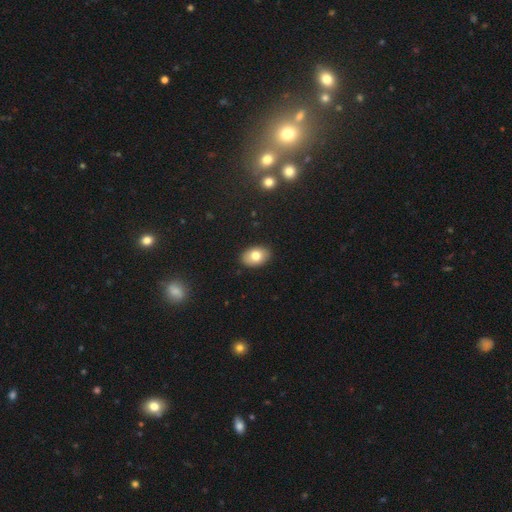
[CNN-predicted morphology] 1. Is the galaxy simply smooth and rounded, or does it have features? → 77% smooth, 14% featured or disk, 8% star or artifact.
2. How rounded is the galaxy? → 86% in between, 13% round, 1% cigar-shaped.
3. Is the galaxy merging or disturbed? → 89% none, 8% minor disturbance, 2% major disturbance, 1% merger.